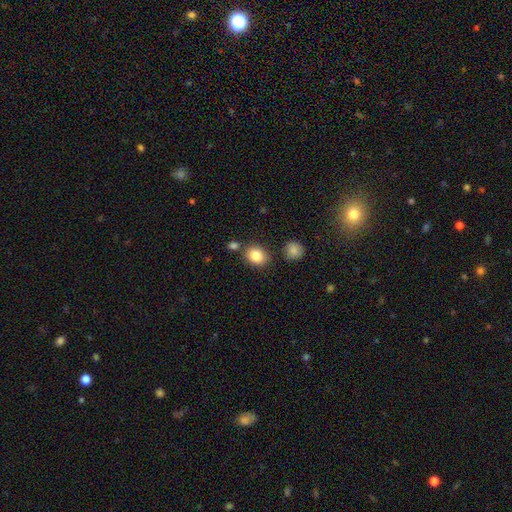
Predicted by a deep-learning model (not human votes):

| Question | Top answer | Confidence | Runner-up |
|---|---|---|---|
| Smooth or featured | smooth | 84% | star or artifact (10%) |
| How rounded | round | 57% | in between (42%) |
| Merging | none | 78% | minor disturbance (11%) |